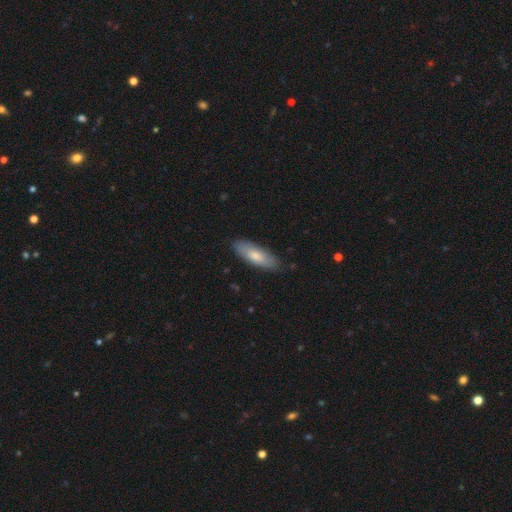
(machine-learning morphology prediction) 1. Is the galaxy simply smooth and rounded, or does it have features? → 73% smooth, 22% featured or disk, 5% star or artifact.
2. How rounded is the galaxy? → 59% in between, 39% cigar-shaped, 2% round.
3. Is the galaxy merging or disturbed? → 84% none, 12% minor disturbance, 2% major disturbance, 1% merger.